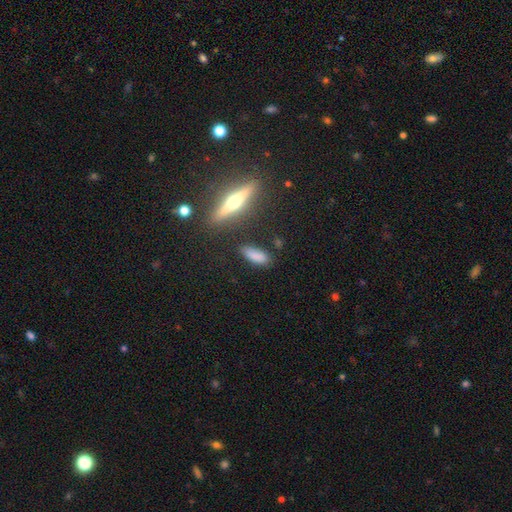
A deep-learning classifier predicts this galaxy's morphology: A smooth galaxy with no disk features (81%) that is in between round and cigar-shaped (53%).

Vote fractions:
- Smooth or featured? smooth: 81% / featured or disk: 11% / star or artifact: 8%
- How rounded? in between: 53% / cigar-shaped: 44% / round: 3%
- Merging? none: 77% / minor disturbance: 15% / merger: 4% / major disturbance: 4%